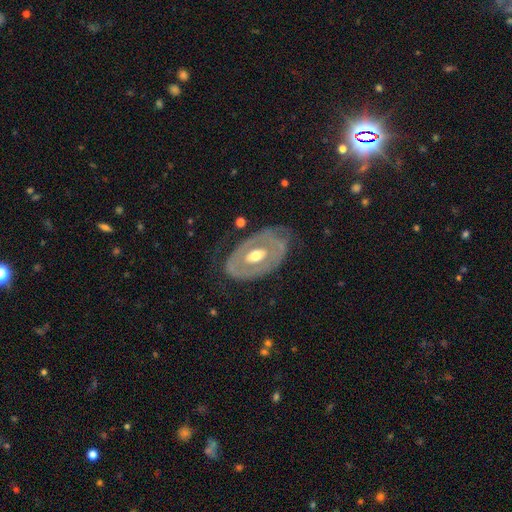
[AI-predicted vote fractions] A featured or disk galaxy (70%) with no bar (70%), no spiral arms (69%) and a moderate central bulge (72%).

Vote fractions:
- Smooth or featured? featured or disk: 70% / smooth: 25% / star or artifact: 5%
- Edge-on disk? no: 93% / yes: 7%
- Bar? no: 70% / weak: 21% / strong: 9%
- Spiral arms? no: 69% / yes: 31%
- Bulge size? moderate: 72% / large: 13% / small: 12% / dominant: 1% / none: 1%
- Merging? none: 64% / minor disturbance: 22% / major disturbance: 13% / merger: 2%